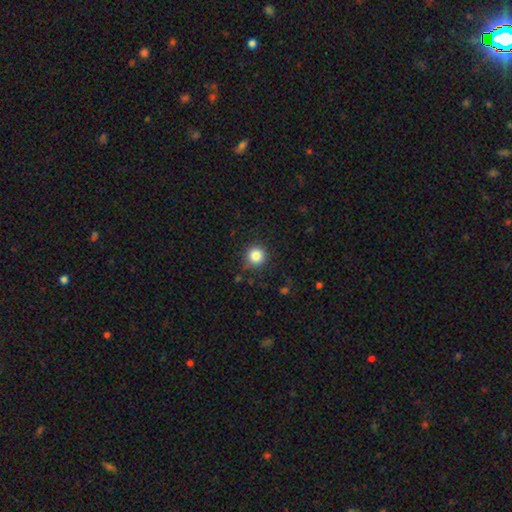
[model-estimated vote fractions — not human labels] A smooth galaxy with no disk features (85%) that is round (94%). Merging: none (85%).